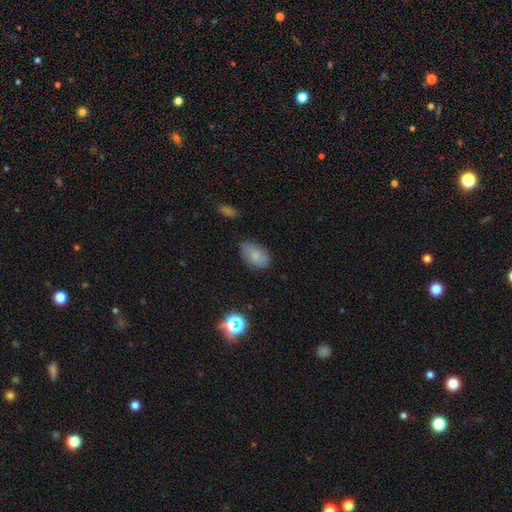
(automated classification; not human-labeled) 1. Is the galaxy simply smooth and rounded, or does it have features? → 80% smooth, 10% star or artifact, 10% featured or disk.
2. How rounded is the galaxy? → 89% in between, 9% round, 2% cigar-shaped.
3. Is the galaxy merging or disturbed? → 71% none, 22% minor disturbance, 5% major disturbance, 2% merger.